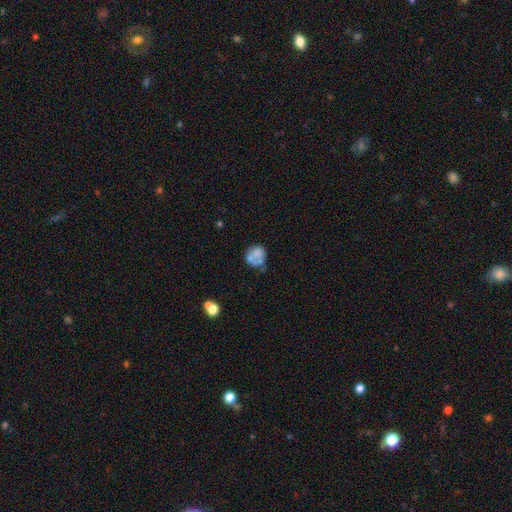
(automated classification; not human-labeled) Smooth or featured?
  - smooth: 58% *
  - featured or disk: 32%
  - star or artifact: 10%
How rounded?
  - round: 71% *
  - in between: 28%
  - cigar-shaped: 1%
Merging?
  - none: 38% *
  - merger: 28%
  - minor disturbance: 20%
  - major disturbance: 14%